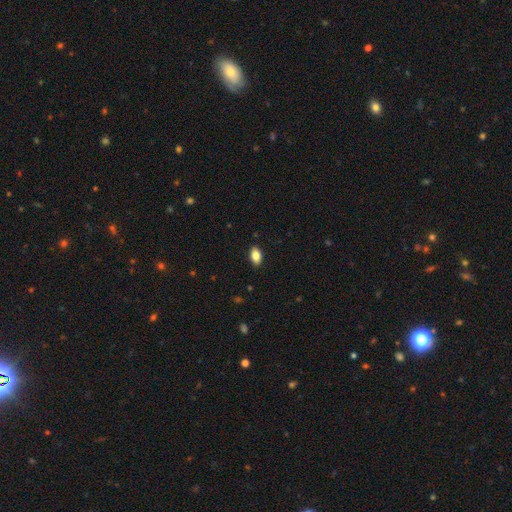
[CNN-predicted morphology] Smooth or featured: smooth — 83% (featured or disk — 10%)
How rounded: in between — 91% (round — 6%)
Merging: none — 89% (minor disturbance — 9%)